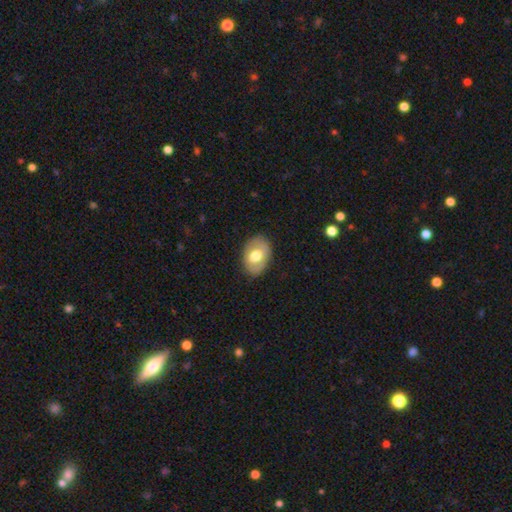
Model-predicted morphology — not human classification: smooth-or-featured: smooth: 65% | featured or disk: 28% | star or artifact: 6%
  how-rounded: in between: 80% | round: 19% | cigar-shaped: 1%
  merging: none: 84% | minor disturbance: 12% | major disturbance: 3% | merger: 1%